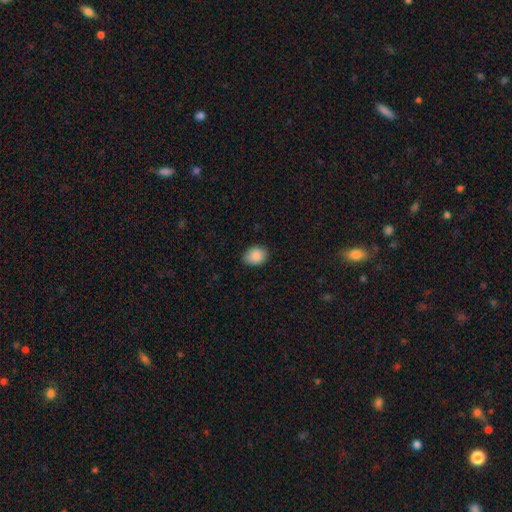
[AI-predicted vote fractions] Smooth or featured: smooth — 88% (star or artifact — 8%)
How rounded: in between — 64% (round — 35%)
Merging: none — 81% (minor disturbance — 16%)